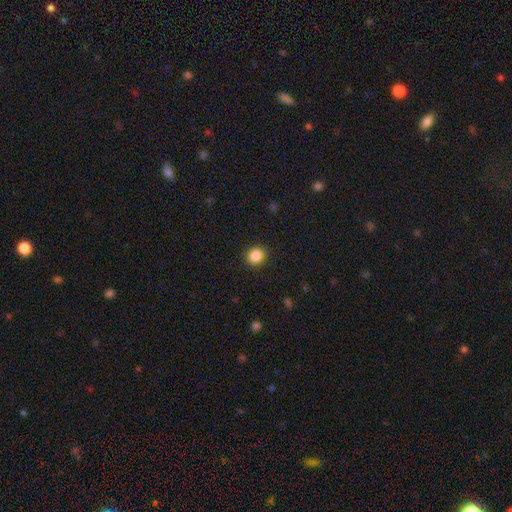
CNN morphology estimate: Q: Smooth or featured?
A: smooth (85%); runner-up: star or artifact (10%)
Q: How rounded?
A: round (87%); runner-up: in between (12%)
Q: Merging?
A: none (91%); runner-up: minor disturbance (6%)